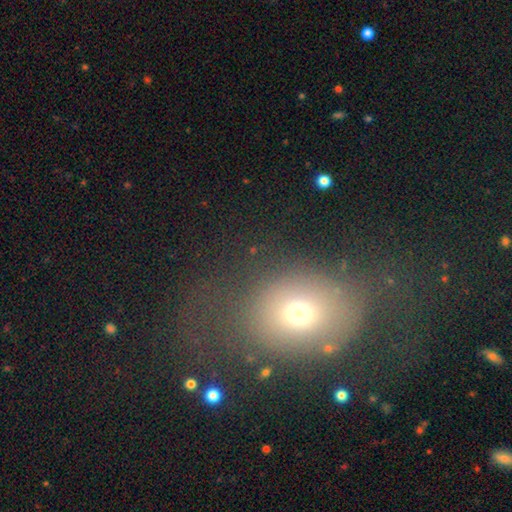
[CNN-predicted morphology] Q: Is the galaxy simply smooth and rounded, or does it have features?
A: smooth — 63%.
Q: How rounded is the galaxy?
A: round — 52%.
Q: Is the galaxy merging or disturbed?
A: none — 53%.